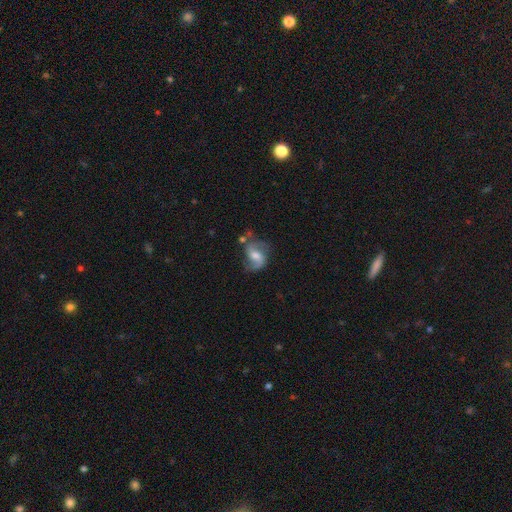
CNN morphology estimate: This appears to be a featured or disk galaxy (67%) with a weak bar (48%), 2 (84%) loose (45%) spiral arms (90%) and a moderate central bulge (57%). Merging: none (53%).